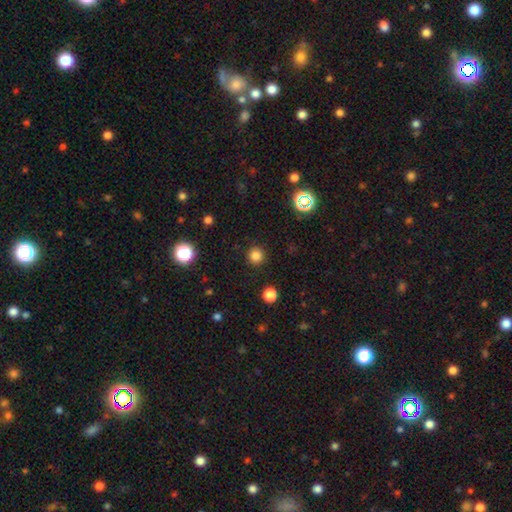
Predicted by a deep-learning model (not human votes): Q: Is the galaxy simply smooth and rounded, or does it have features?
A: smooth — 81%.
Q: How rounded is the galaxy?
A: round — 95%.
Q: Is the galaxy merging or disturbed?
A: none — 91%.